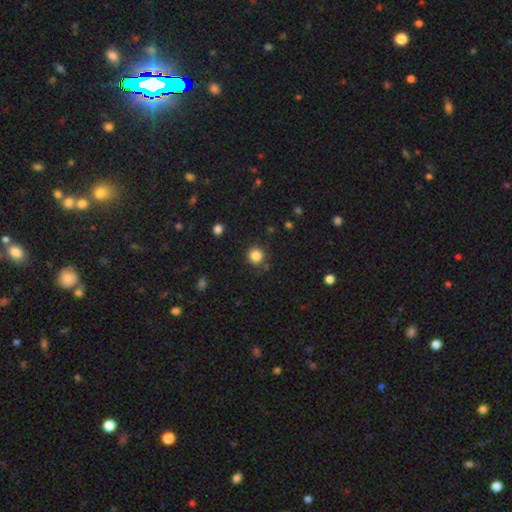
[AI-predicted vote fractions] Q: Smooth or featured?
A: smooth (84%); runner-up: star or artifact (12%)
Q: How rounded?
A: round (92%); runner-up: in between (7%)
Q: Merging?
A: none (85%); runner-up: minor disturbance (9%)